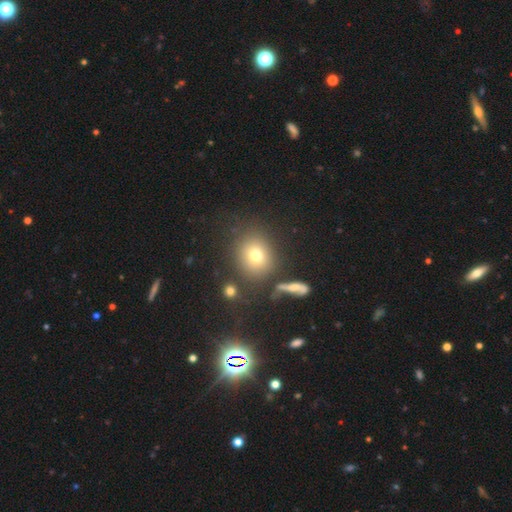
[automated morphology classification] smooth_or_featured: smooth (p=0.74) [alt: star or artifact p=0.14]
how_rounded: round (p=0.78) [alt: in between p=0.21]
merging: none (p=0.78) [alt: minor disturbance p=0.10]